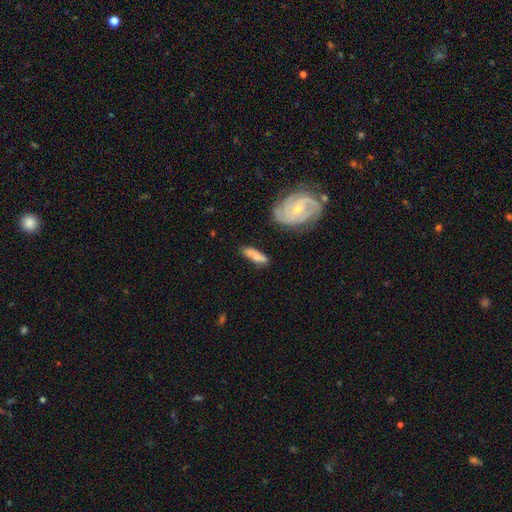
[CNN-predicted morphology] type=smooth (68%); roundness=cigar-shaped (63%); merging=none (68%).